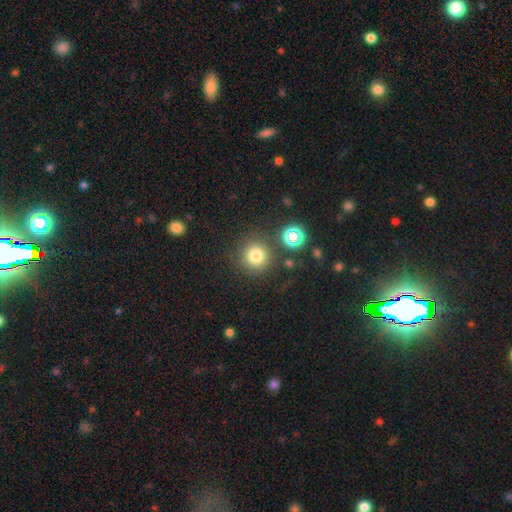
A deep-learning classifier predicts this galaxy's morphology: Smooth or featured?
  - smooth: 76% *
  - star or artifact: 16%
  - featured or disk: 8%
How rounded?
  - round: 94% *
  - in between: 5%
  - cigar-shaped: 1%
Merging?
  - none: 81% *
  - minor disturbance: 9%
  - merger: 5%
  - major disturbance: 5%